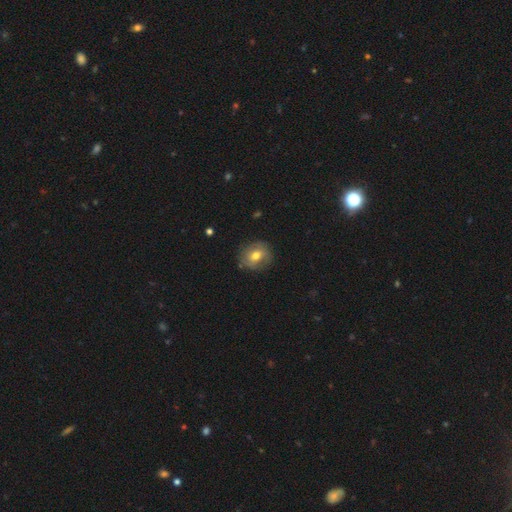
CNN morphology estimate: Q: Smooth or featured?
A: smooth (57%); runner-up: featured or disk (35%)
Q: How rounded?
A: round (71%); runner-up: in between (28%)
Q: Merging?
A: none (79%); runner-up: minor disturbance (16%)